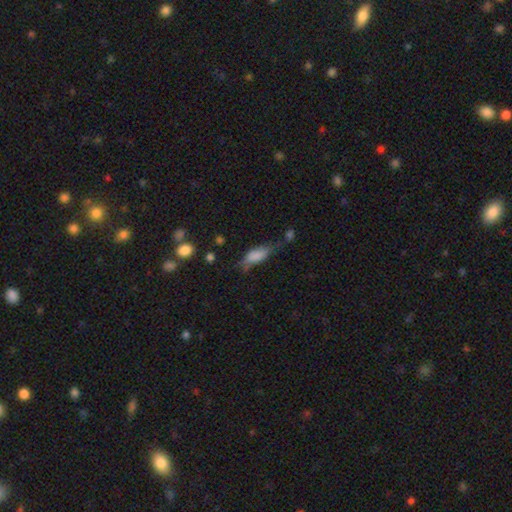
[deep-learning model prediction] The model was most divided on "merging": none: 40%, minor disturbance: 34%, major disturbance: 19%, merger: 7%. More confident: how rounded — in between (75%); smooth or featured — smooth (75%).